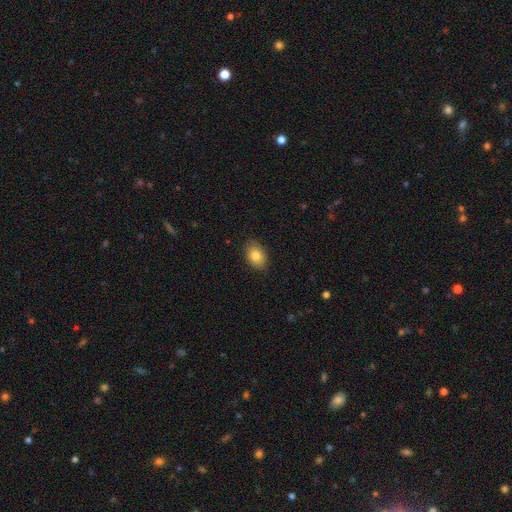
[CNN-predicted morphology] Smooth or featured: smooth — 83% (featured or disk — 9%)
How rounded: in between — 80% (round — 19%)
Merging: none — 86% (minor disturbance — 11%)